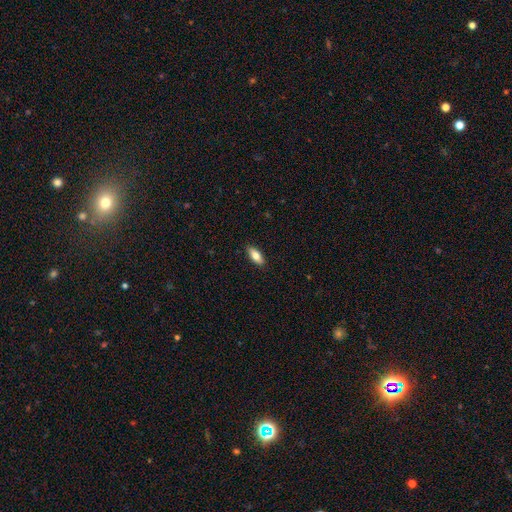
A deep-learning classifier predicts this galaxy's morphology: type=smooth (81%); roundness=in between (82%); merging=none (90%).